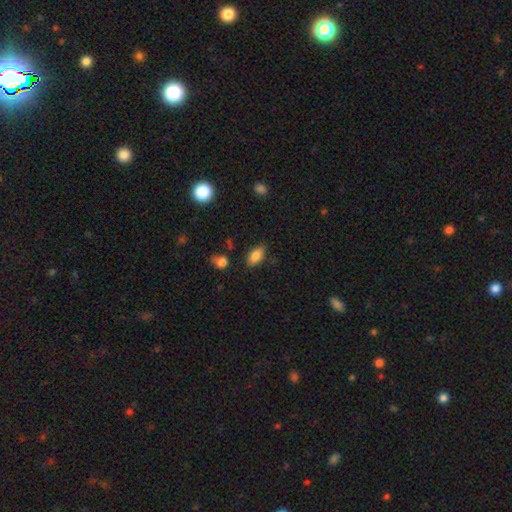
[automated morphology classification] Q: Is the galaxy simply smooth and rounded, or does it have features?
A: smooth — 84%.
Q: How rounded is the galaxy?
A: in between — 90%.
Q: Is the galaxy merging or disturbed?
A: none — 78%.